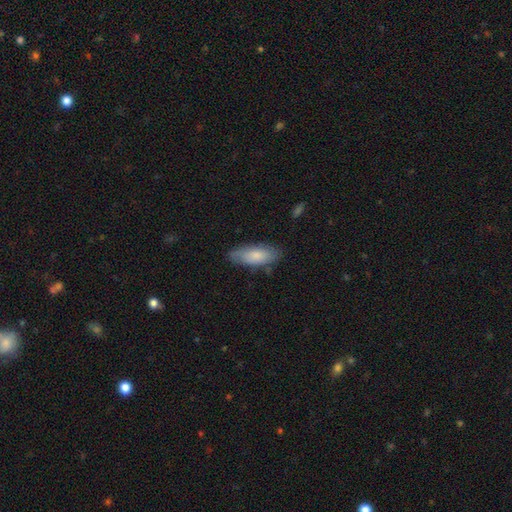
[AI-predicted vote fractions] A smooth galaxy with no disk features (78%) that is in between round and cigar-shaped (77%).

Vote fractions:
- Smooth or featured? smooth: 78% / featured or disk: 17% / star or artifact: 6%
- How rounded? in between: 77% / cigar-shaped: 22% / round: 2%
- Merging? none: 78% / minor disturbance: 17% / major disturbance: 3% / merger: 2%